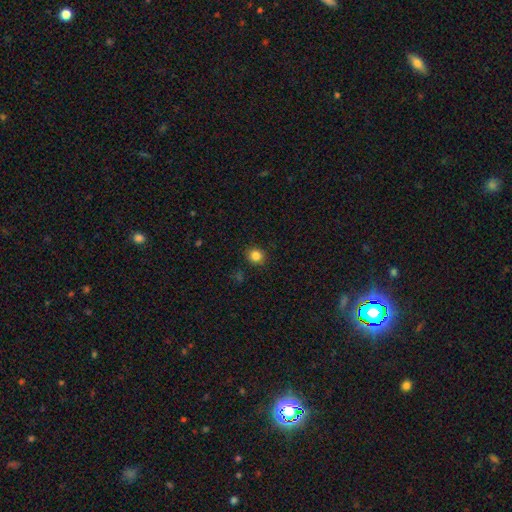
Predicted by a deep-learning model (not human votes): Smooth or featured? Predicted: smooth (p=0.84). How rounded? Predicted: round (p=0.85). Merging? Predicted: none (p=0.90).